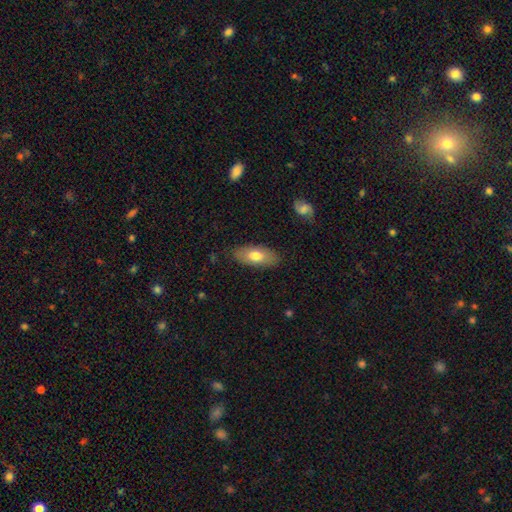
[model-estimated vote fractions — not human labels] This is likely a smooth galaxy (73%). How rounded: clearly in between (88%). Merging: clearly none (85%).